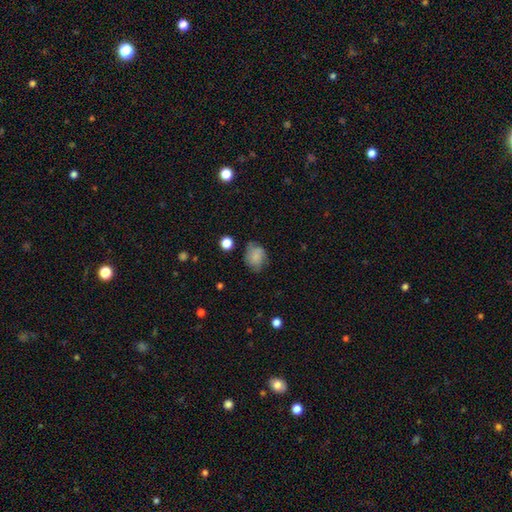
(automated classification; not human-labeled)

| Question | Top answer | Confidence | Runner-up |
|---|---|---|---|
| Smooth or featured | smooth | 73% | featured or disk (17%) |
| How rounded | in between | 51% | round (48%) |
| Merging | none | 60% | minor disturbance (28%) |